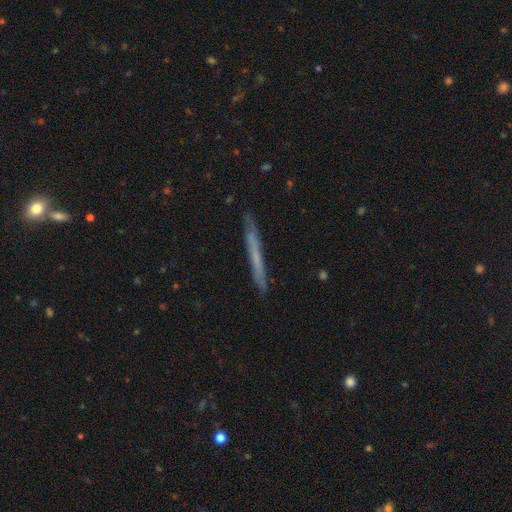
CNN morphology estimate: The model was most divided on "smooth or featured": smooth: 51%, featured or disk: 42%, star or artifact: 6%. More confident: how rounded — cigar-shaped (97%); merging — none (89%).